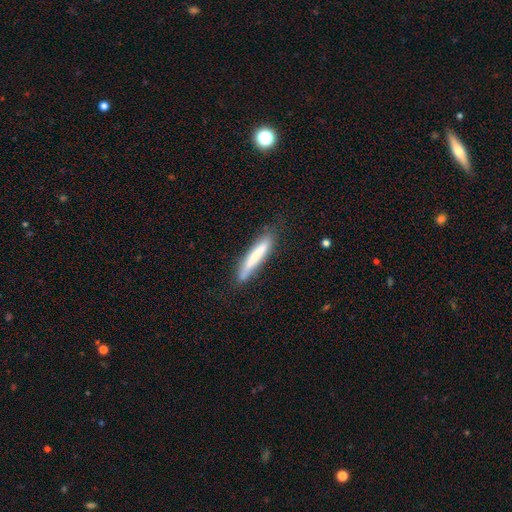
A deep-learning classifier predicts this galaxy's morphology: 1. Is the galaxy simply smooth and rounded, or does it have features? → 66% smooth, 28% featured or disk, 6% star or artifact.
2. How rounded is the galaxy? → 93% cigar-shaped, 6% in between, 1% round.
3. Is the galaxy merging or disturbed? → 75% none, 19% minor disturbance, 4% major disturbance, 2% merger.